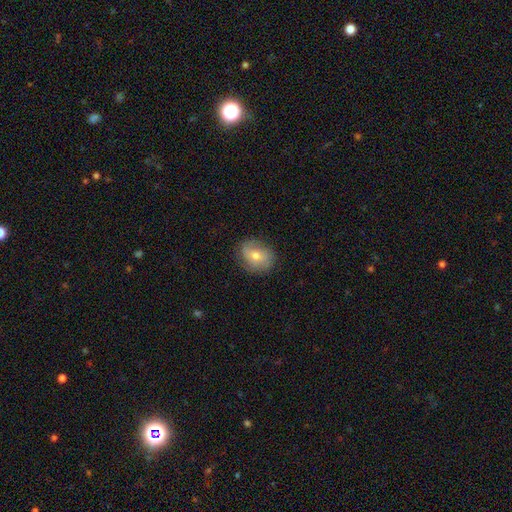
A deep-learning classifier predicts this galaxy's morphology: Q: Smooth or featured?
A: smooth (59%); runner-up: featured or disk (32%)
Q: How rounded?
A: round (51%); runner-up: in between (48%)
Q: Merging?
A: none (75%); runner-up: minor disturbance (18%)